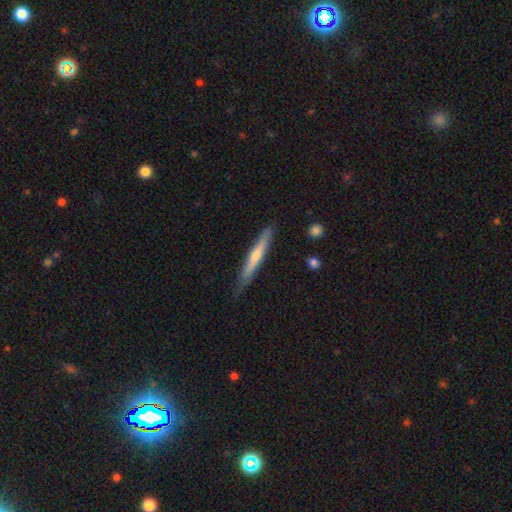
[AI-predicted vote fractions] This appears to be a featured or disk galaxy (51%) viewed edge-on (95%). Merging: none (82%).